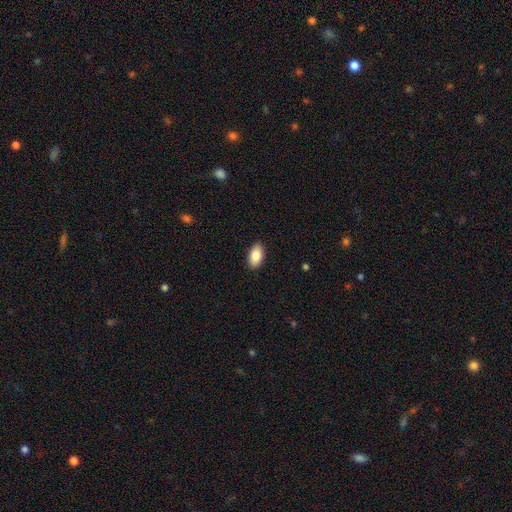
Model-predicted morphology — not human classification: smooth 86%, featured or disk 7%, star or artifact 7%. Down the decision tree: how rounded — in between (94%); merging — none (90%).